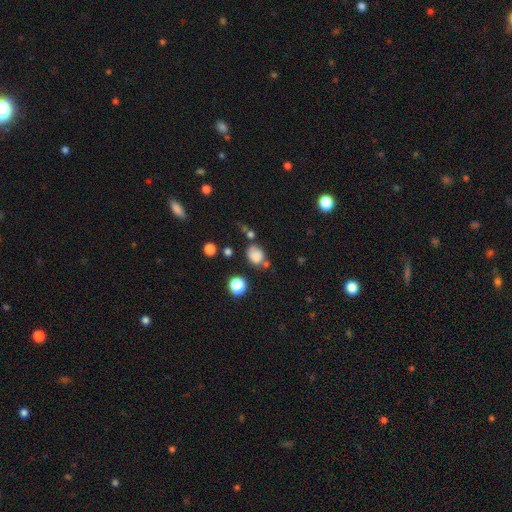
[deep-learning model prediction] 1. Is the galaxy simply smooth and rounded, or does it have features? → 77% smooth, 15% star or artifact, 9% featured or disk.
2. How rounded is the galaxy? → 59% round, 40% in between, 1% cigar-shaped.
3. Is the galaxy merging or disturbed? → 54% none, 21% minor disturbance, 17% merger, 8% major disturbance.